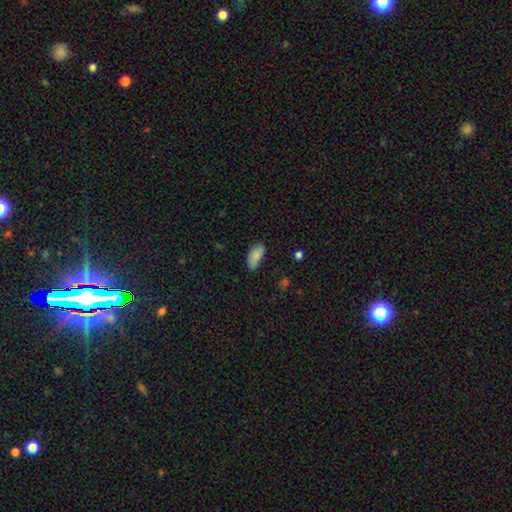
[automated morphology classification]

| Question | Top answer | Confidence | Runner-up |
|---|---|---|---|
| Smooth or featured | smooth | 86% | star or artifact (8%) |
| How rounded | in between | 91% | cigar-shaped (7%) |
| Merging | none | 69% | minor disturbance (24%) |